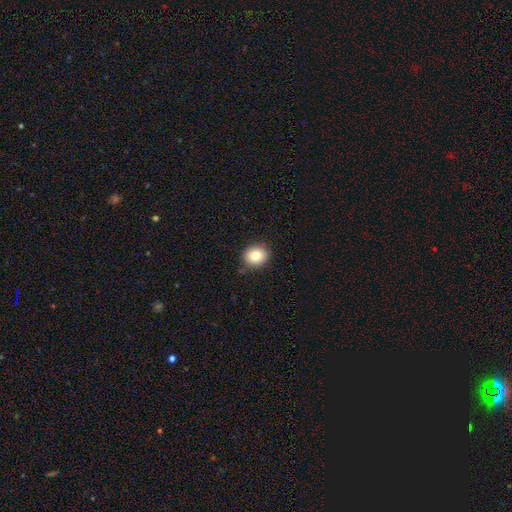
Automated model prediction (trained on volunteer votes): smooth_or_featured: smooth (p=0.81) [alt: star or artifact p=0.10]
how_rounded: round (p=0.78) [alt: in between p=0.21]
merging: none (p=0.87) [alt: minor disturbance p=0.09]